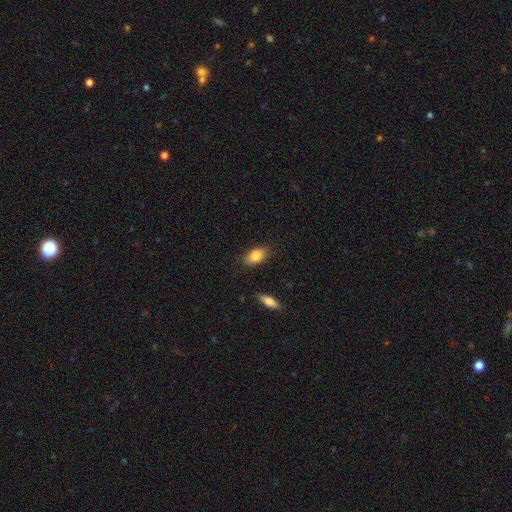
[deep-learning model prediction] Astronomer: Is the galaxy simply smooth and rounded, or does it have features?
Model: smooth — 84%.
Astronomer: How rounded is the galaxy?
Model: in between — 90%.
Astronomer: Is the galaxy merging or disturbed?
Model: none — 85%.